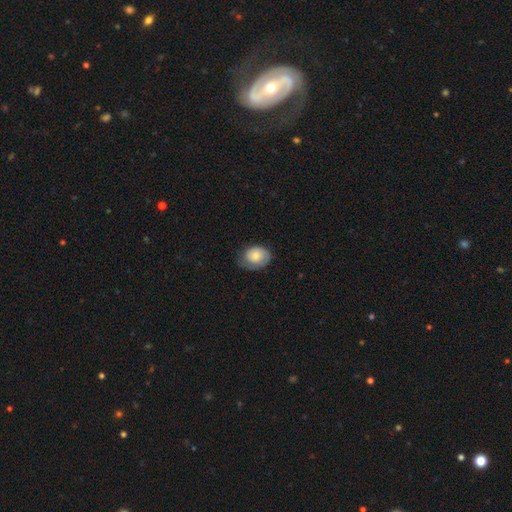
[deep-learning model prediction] Overall: smooth (60%; featured or disk 33%). How rounded: in between (61%; round 38%). Merging: none (54%; minor disturbance 32%).